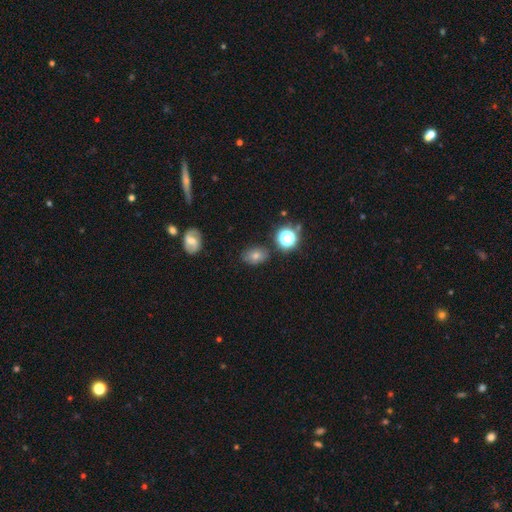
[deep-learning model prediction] This appears to be a smooth galaxy with no disk features (56%) that is in between round and cigar-shaped (61%). Merging: none (82%).